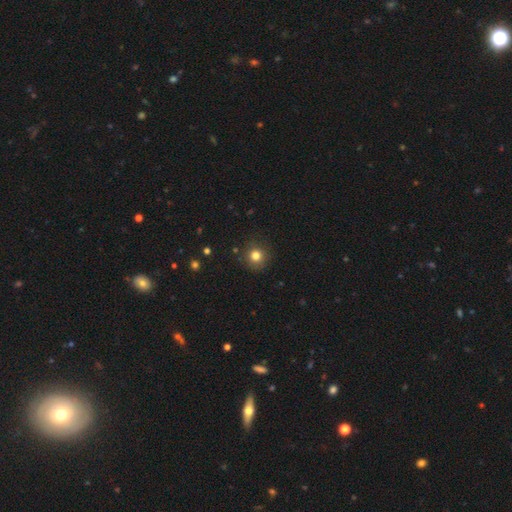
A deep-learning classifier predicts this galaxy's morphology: type=smooth (80%); roundness=round (94%); merging=none (88%).